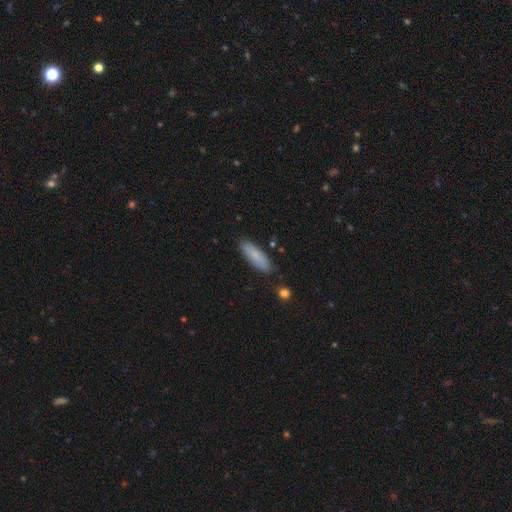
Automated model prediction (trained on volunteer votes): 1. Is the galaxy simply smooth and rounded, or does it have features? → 79% smooth, 15% featured or disk, 6% star or artifact.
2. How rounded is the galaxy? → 53% in between, 45% cigar-shaped, 2% round.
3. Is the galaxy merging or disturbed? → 85% none, 11% minor disturbance, 2% major disturbance, 2% merger.